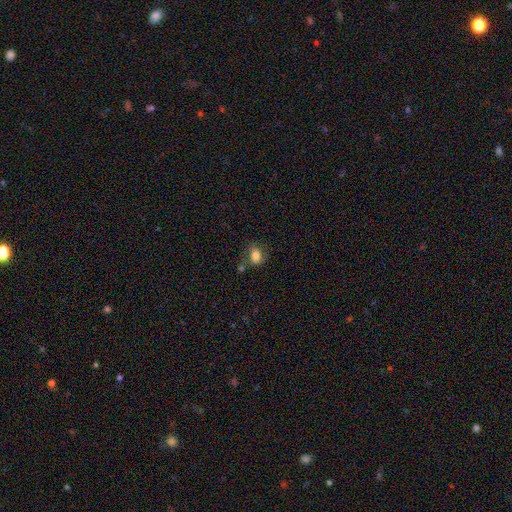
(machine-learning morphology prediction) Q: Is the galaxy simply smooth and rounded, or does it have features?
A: smooth — 78%.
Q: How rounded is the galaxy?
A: in between — 78%.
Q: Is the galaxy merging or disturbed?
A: none — 56%.